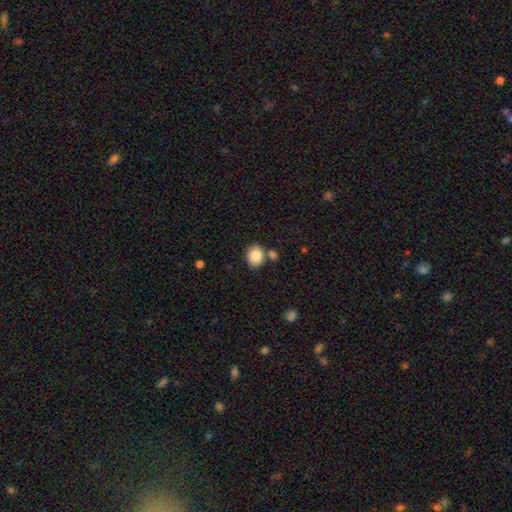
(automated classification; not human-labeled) A smooth galaxy with no disk features (86%) that is round (58%). Merging: none (72%).